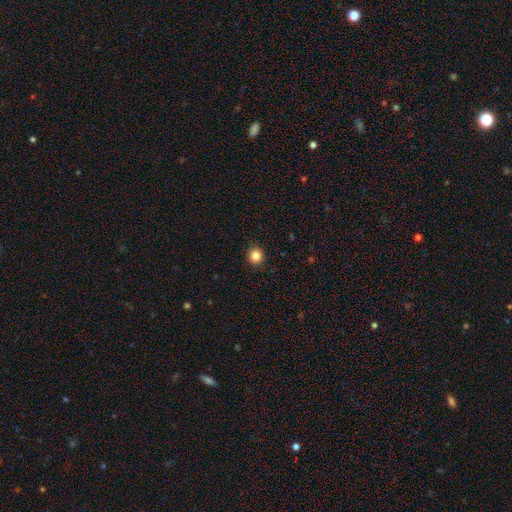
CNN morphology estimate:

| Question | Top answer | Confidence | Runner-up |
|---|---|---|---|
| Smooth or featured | smooth | 85% | star or artifact (11%) |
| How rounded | round | 91% | in between (8%) |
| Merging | none | 92% | minor disturbance (5%) |